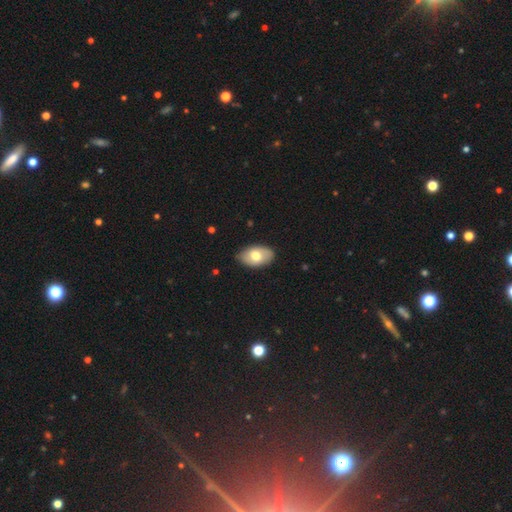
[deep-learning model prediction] This appears to be a smooth galaxy with no disk features (68%) that is in between round and cigar-shaped (93%). Merging: none (82%).